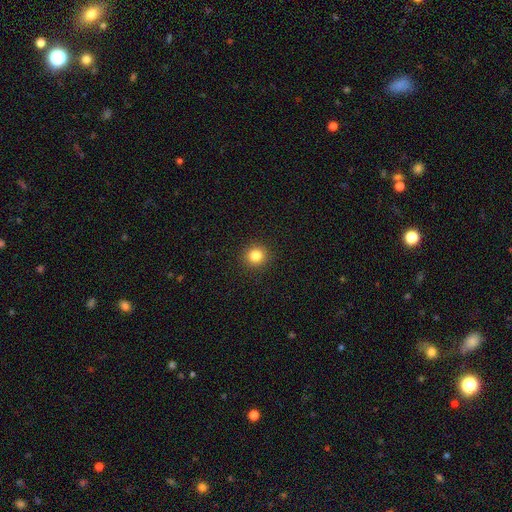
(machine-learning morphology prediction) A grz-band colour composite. It shows a smooth galaxy with no disk features (83%) that is round (91%). Merging: none (93%).